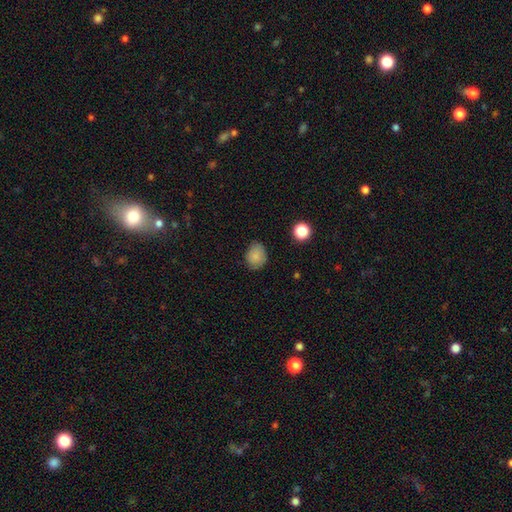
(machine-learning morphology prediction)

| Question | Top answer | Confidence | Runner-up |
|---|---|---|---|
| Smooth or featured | smooth | 84% | star or artifact (10%) |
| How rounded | round | 51% | in between (48%) |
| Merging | none | 75% | minor disturbance (20%) |